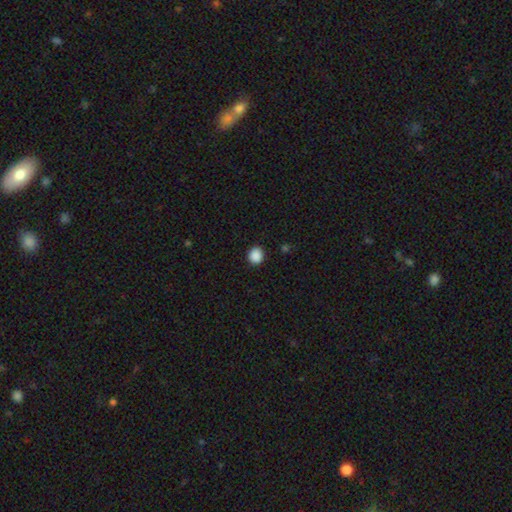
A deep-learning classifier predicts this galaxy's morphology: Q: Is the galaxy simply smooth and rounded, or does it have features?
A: smooth — 88%.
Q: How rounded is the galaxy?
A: round — 85%.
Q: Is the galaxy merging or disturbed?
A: none — 92%.